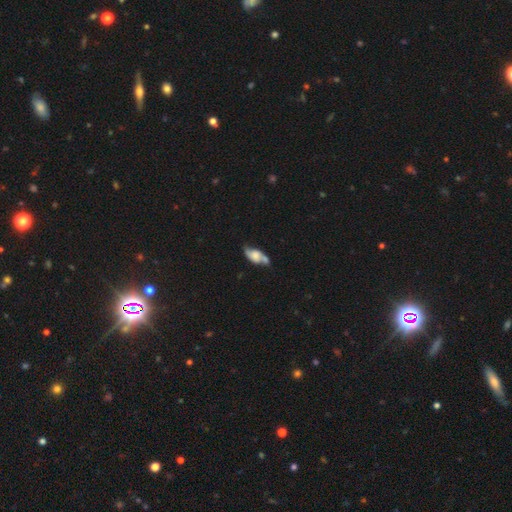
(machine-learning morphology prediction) Overall: featured or disk (50%; smooth 42%). Merging: none (42%; minor disturbance 25%).